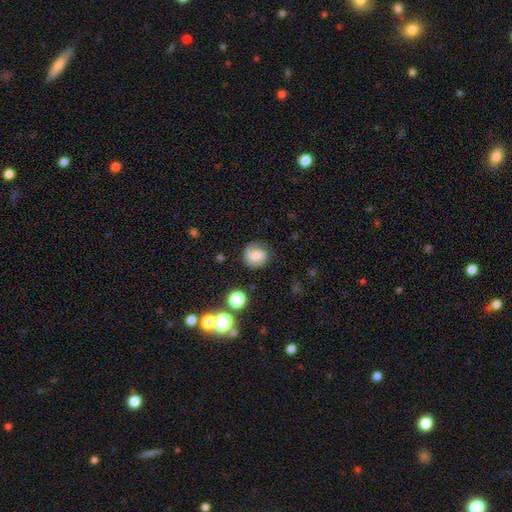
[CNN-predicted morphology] Q: Smooth or featured?
A: featured or disk (46%); runner-up: smooth (44%)
Q: Merging?
A: none (74%); runner-up: minor disturbance (16%)